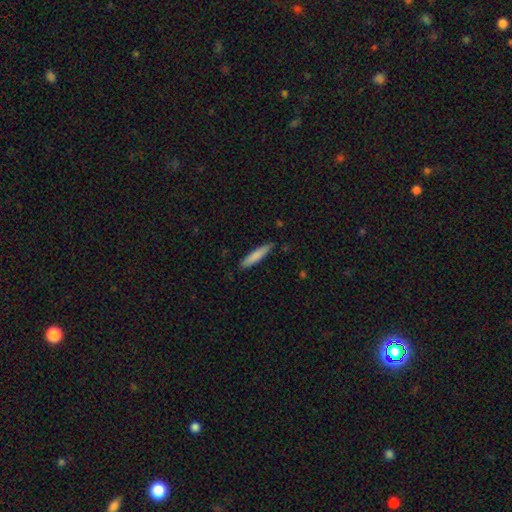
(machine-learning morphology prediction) Q: Smooth or featured?
A: smooth (80%); runner-up: featured or disk (14%)
Q: How rounded?
A: cigar-shaped (88%); runner-up: in between (10%)
Q: Merging?
A: none (84%); runner-up: minor disturbance (12%)